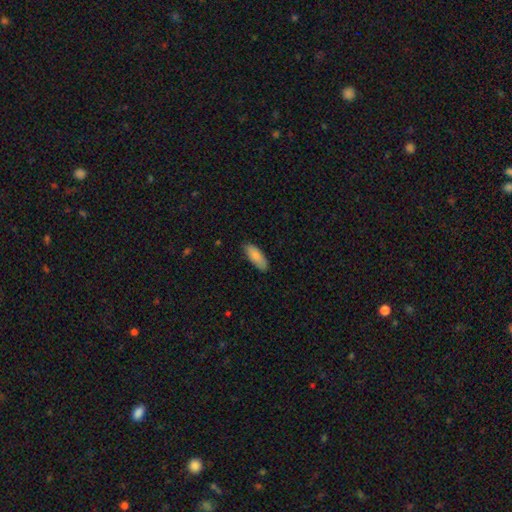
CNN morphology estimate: Smooth or featured? Predicted: smooth (p=0.87). How rounded? Predicted: in between (p=0.73). Merging? Predicted: none (p=0.84).